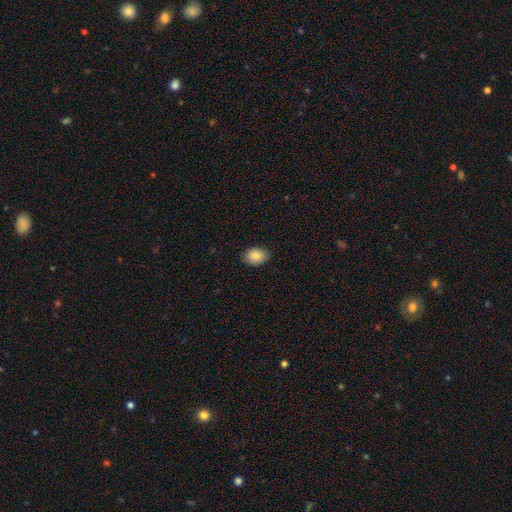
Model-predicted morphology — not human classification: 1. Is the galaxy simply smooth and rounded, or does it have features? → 88% smooth, 7% star or artifact, 4% featured or disk.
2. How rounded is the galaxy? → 73% in between, 26% round, 1% cigar-shaped.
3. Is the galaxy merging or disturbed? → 85% none, 12% minor disturbance, 2% major disturbance, 1% merger.